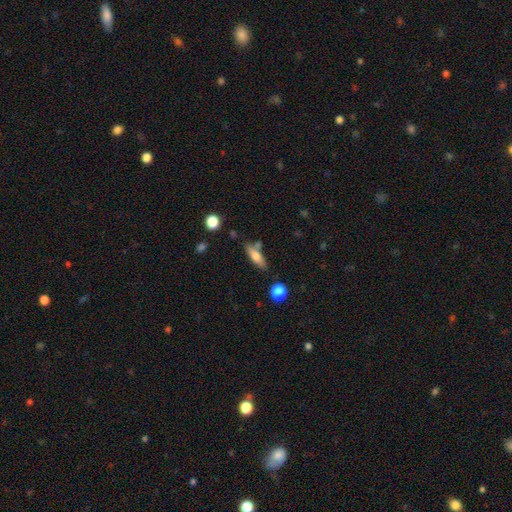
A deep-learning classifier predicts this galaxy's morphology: Q: Smooth or featured?
A: smooth (66%); runner-up: featured or disk (27%)
Q: How rounded?
A: cigar-shaped (53%); runner-up: in between (44%)
Q: Merging?
A: none (69%); runner-up: minor disturbance (16%)